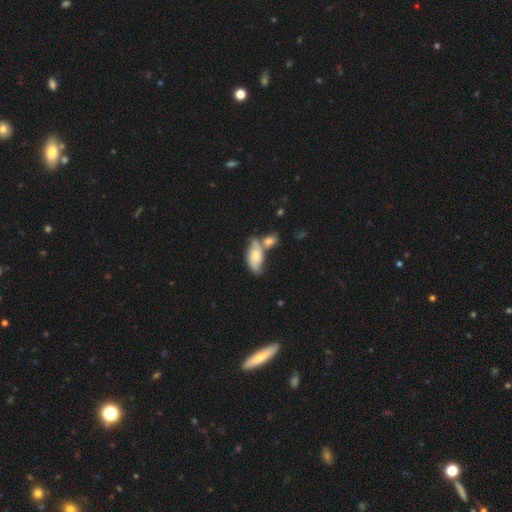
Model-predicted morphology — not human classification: type=featured or disk (56%); edge-on=no (92%); bar=no (64%); spiral arms=yes (85%); bulge=moderate (44%, tied with small); merging=merger (42%).